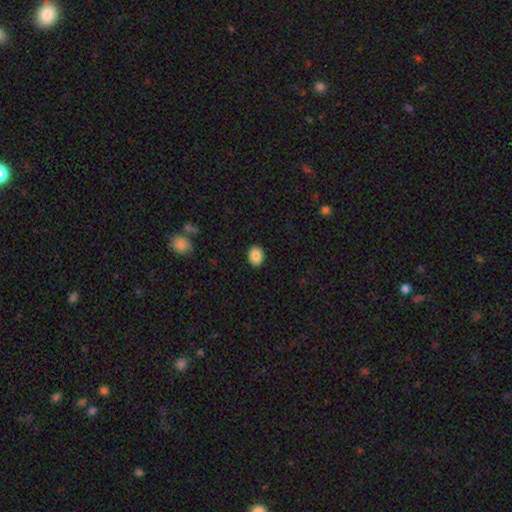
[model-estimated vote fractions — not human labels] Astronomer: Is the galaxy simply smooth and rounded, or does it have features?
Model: smooth — 88%.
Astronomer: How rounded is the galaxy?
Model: in between — 57% (runner-up: round, 42%).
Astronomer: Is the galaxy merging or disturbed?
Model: none — 90%.